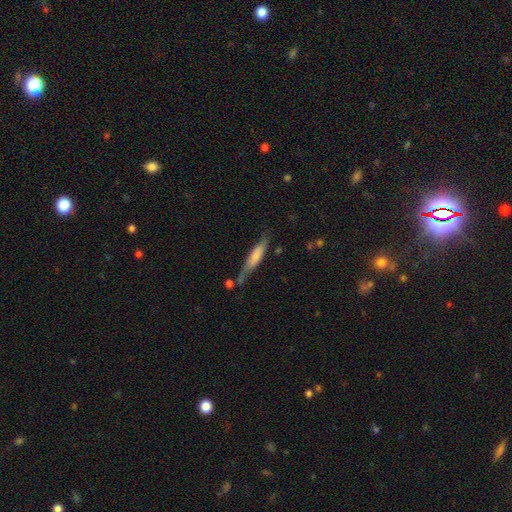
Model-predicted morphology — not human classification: Smooth or featured? Predicted: smooth (p=0.66). How rounded? Predicted: cigar-shaped (p=0.82). Merging? Predicted: none (p=0.54).